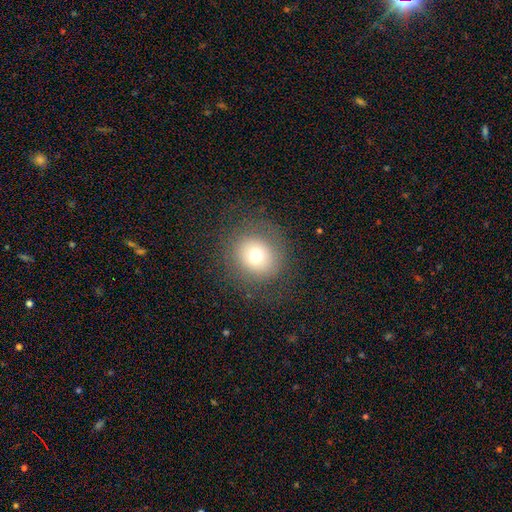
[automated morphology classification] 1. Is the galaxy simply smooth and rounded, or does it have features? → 70% smooth, 15% featured or disk, 15% star or artifact.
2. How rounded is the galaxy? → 88% round, 11% in between, 1% cigar-shaped.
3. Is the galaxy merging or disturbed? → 82% none, 9% minor disturbance, 8% major disturbance, 1% merger.